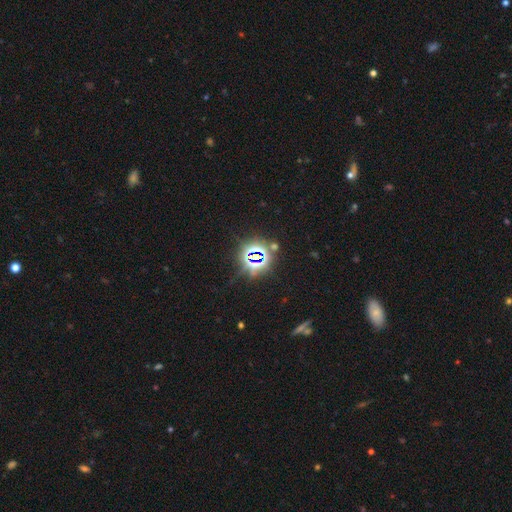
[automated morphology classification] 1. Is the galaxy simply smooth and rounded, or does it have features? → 81% star or artifact, 11% smooth, 8% featured or disk.